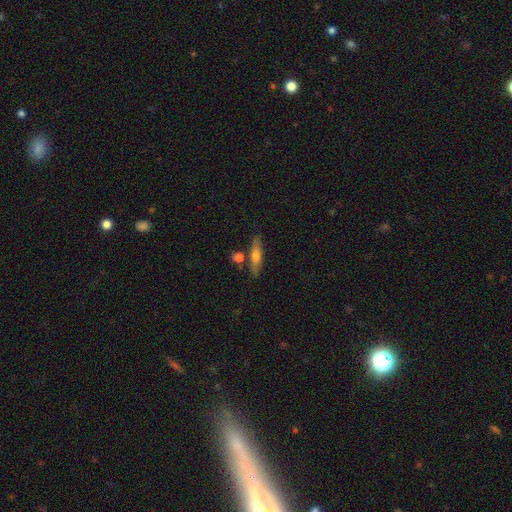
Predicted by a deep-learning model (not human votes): smooth 61%, featured or disk 32%, star or artifact 7%. Down the decision tree: how rounded — cigar-shaped (72%); merging — none (76%).